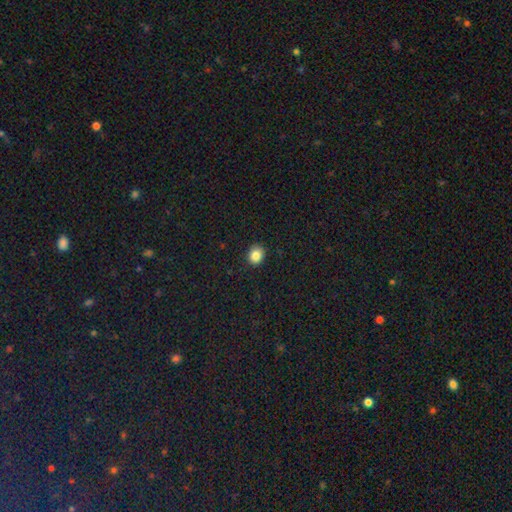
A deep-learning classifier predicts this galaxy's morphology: smooth 85%, star or artifact 10%, featured or disk 5%. Down the decision tree: how rounded — round (63%); merging — none (89%).